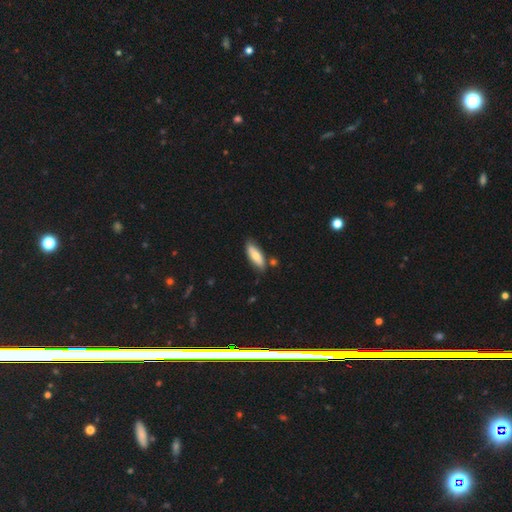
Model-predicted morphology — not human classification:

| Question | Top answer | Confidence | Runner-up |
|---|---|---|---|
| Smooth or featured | smooth | 74% | featured or disk (20%) |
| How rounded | in between | 61% | cigar-shaped (37%) |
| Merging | none | 77% | minor disturbance (16%) |